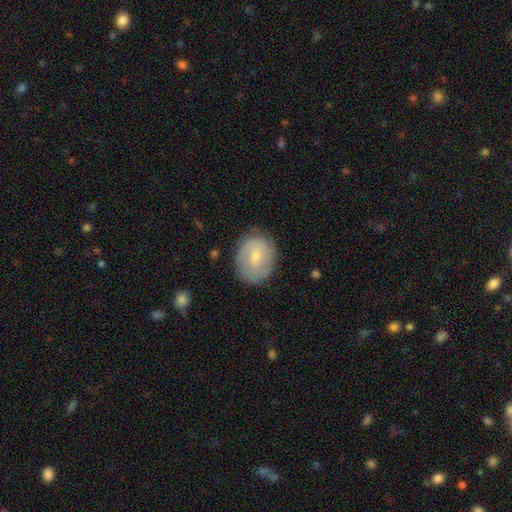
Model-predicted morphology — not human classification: Smooth or featured: featured or disk — 47% (smooth — 46%)
Merging: none — 76% (minor disturbance — 17%)